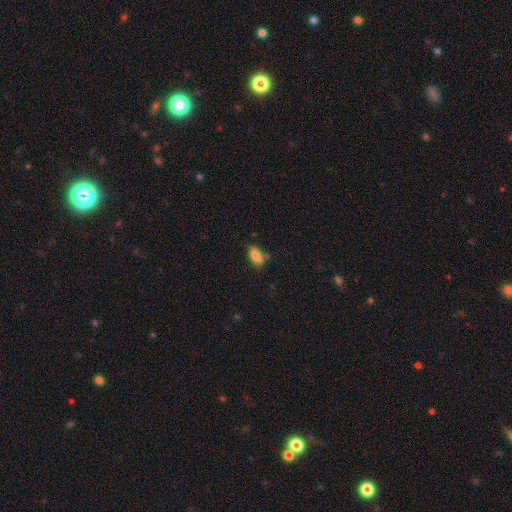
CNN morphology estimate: This is clearly a smooth galaxy (80%). How rounded: clearly in between (88%). Merging: likely none (60%).